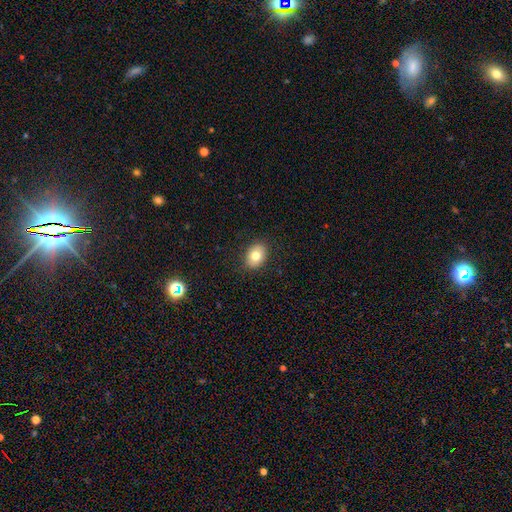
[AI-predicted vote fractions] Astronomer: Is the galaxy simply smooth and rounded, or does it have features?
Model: smooth — 78%.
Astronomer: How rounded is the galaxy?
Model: in between — 68%.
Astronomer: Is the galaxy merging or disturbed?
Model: none — 88%.